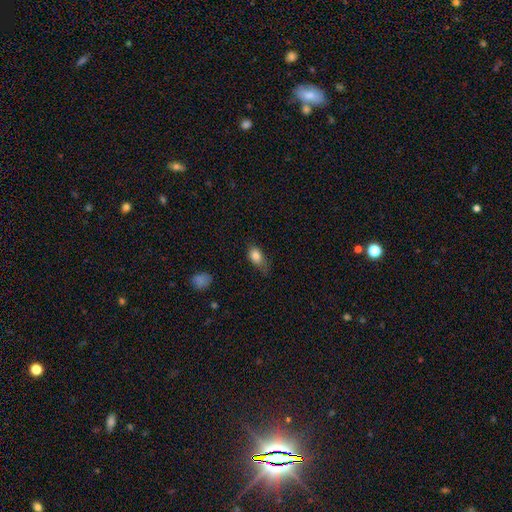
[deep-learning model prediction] The model was most divided on "merging": none: 43%, minor disturbance: 39%, major disturbance: 17%, merger: 2%. More confident: smooth or featured — smooth (83%); how rounded — in between (81%).